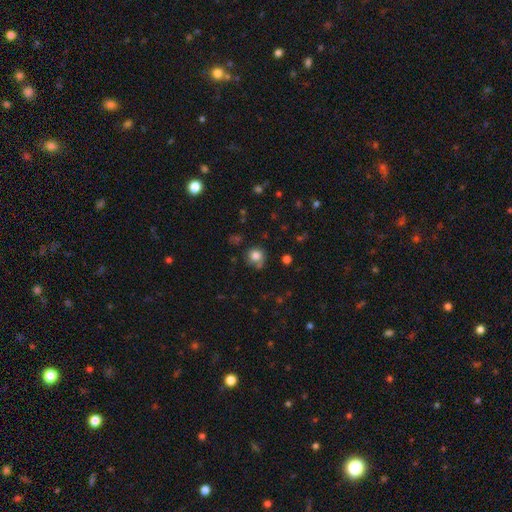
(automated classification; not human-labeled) This is clearly a smooth galaxy (80%). How rounded: clearly round (85%). Merging: likely none (63%).